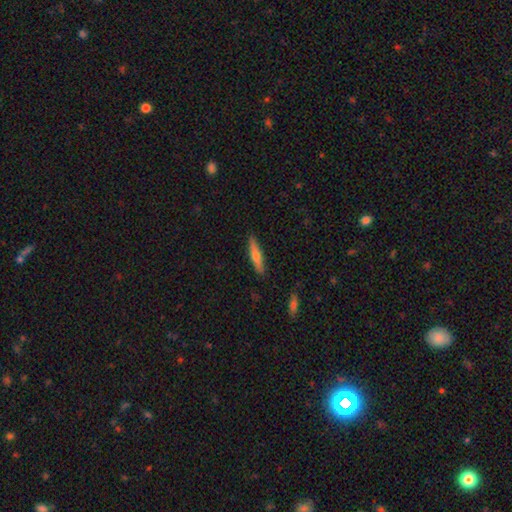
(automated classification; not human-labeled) Q: Smooth or featured?
A: smooth (64%); runner-up: featured or disk (30%)
Q: How rounded?
A: cigar-shaped (87%); runner-up: in between (11%)
Q: Merging?
A: none (89%); runner-up: minor disturbance (8%)